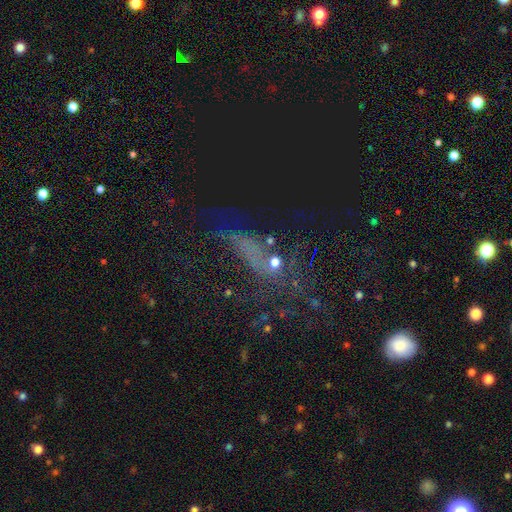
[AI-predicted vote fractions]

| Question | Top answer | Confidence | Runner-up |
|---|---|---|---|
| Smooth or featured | star or artifact | 45% | smooth (31%) |